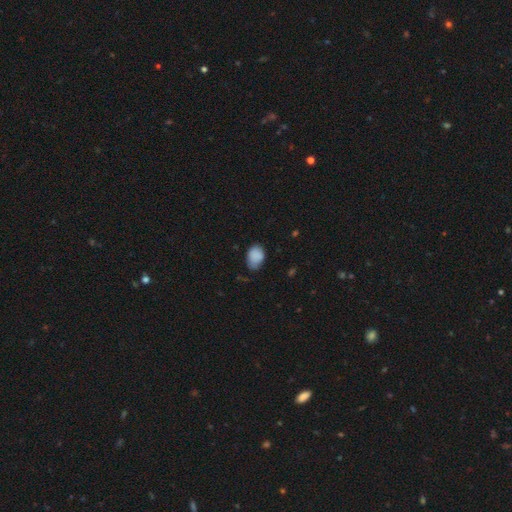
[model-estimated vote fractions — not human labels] A smooth galaxy with no disk features (87%) that is in between round and cigar-shaped (76%). Merging: none (54%).